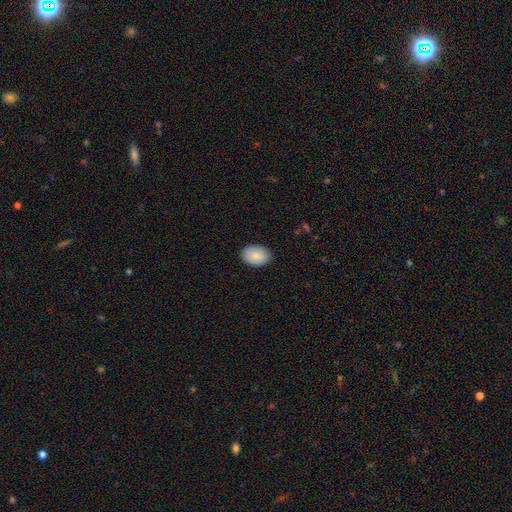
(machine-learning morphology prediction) Overall: smooth (87%). How rounded: in between (79%). Merging: none (88%).